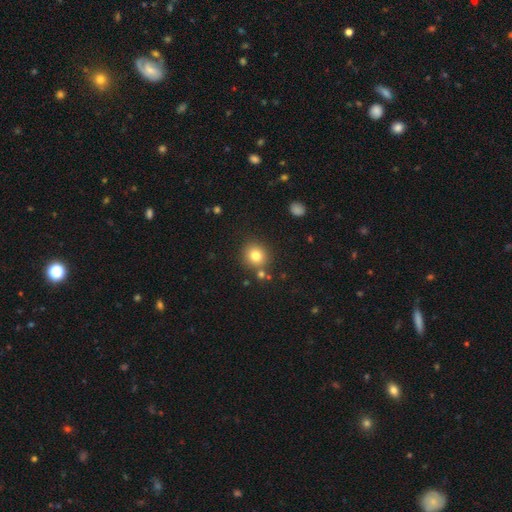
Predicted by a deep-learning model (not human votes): The model was most divided on "smooth or featured": smooth: 80%, star or artifact: 12%, featured or disk: 8%. More confident: how rounded — round (88%); merging — none (81%).